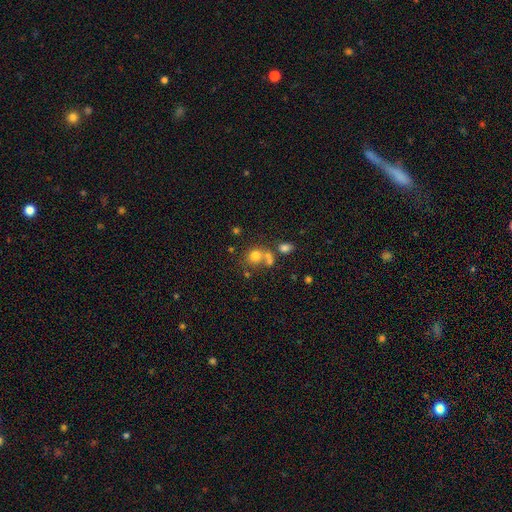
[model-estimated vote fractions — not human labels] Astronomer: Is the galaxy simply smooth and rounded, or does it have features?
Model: smooth — 72%.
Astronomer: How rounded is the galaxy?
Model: round — 77%.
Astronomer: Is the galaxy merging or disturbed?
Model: none — 47% (runner-up: merger, 38%).